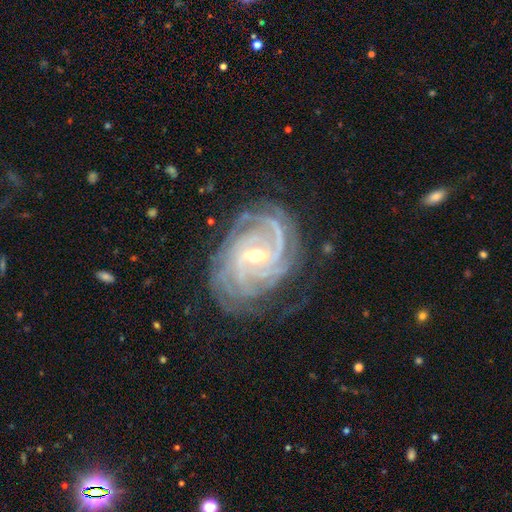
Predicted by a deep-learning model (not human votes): This appears to be a featured or disk galaxy (91%) with a weak bar (47%), 4 (25%) tight (78%) spiral arms (98%) and a moderate central bulge (51%). Merging: none (76%).